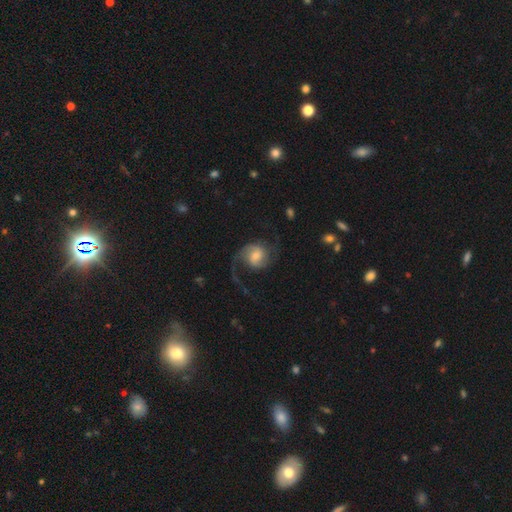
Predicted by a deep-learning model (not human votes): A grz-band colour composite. It shows a featured or disk galaxy (74%) with no bar (49%), 2 (76%) loose (48%) spiral arms (94%) and a small central bulge (44%). Merging: none (57%).